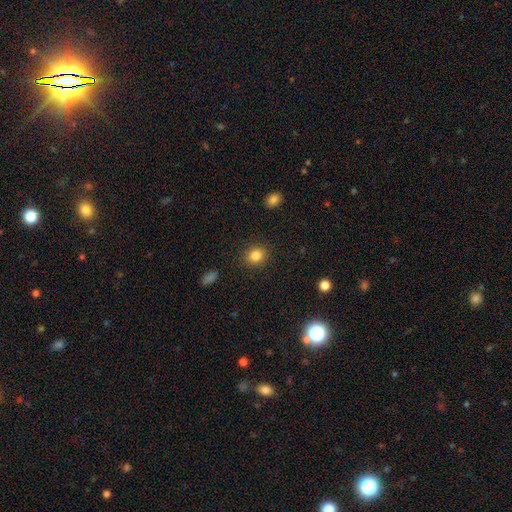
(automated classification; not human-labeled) Smooth or featured? Predicted: smooth (p=0.84). How rounded? Predicted: round (p=0.77). Merging? Predicted: none (p=0.89).